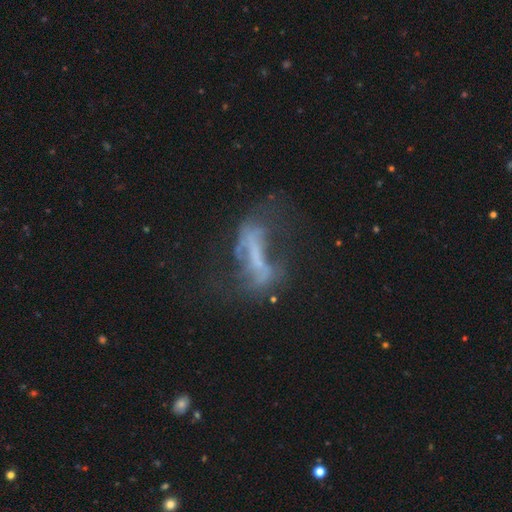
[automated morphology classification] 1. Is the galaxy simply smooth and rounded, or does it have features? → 64% featured or disk, 20% smooth, 16% star or artifact.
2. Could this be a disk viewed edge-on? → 84% no, 16% yes.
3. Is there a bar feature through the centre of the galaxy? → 45% strong, 33% no, 21% weak.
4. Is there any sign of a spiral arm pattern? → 61% no, 39% yes.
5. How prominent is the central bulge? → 62% none, 20% small, 11% moderate, 5% large, 2% dominant.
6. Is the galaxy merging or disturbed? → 38% major disturbance, 35% none, 18% minor disturbance, 9% merger.